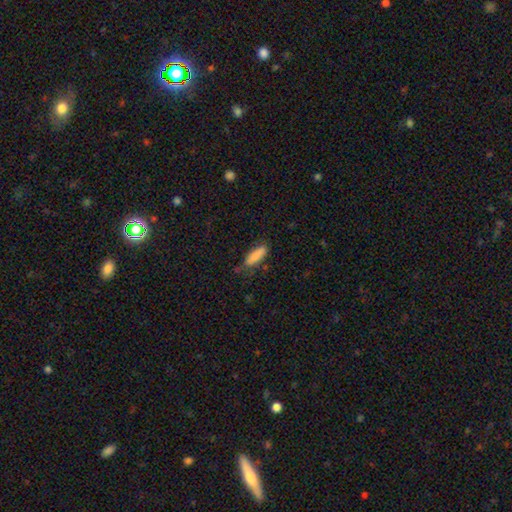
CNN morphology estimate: Smooth or featured? smooth (83%)
How rounded? cigar-shaped (53%)
Merging? none (70%)